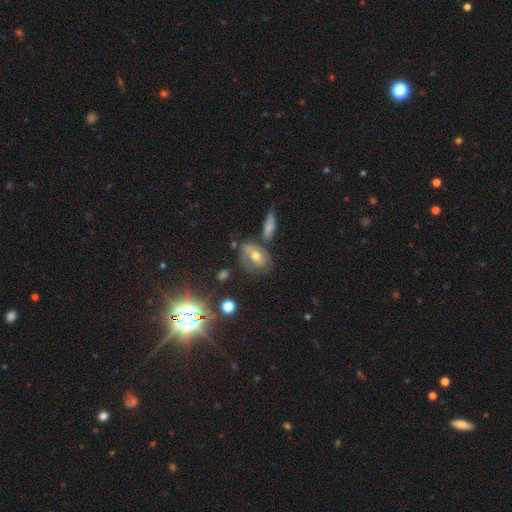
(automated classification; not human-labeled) smooth 42%, featured or disk 40%, star or artifact 17%. Down the decision tree: merging — none (54%).